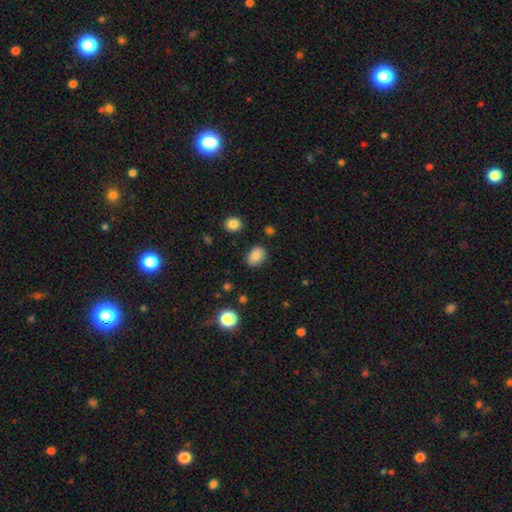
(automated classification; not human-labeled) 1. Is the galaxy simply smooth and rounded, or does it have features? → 83% smooth, 10% star or artifact, 7% featured or disk.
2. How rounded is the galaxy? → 56% in between, 43% round, 1% cigar-shaped.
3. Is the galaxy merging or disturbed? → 83% none, 12% minor disturbance, 3% major disturbance, 2% merger.